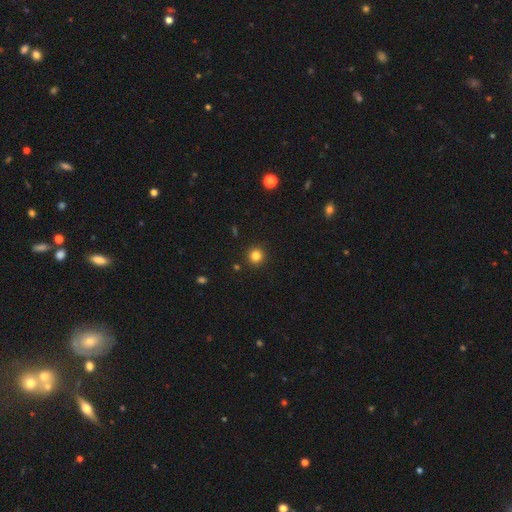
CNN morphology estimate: smooth_or_featured: smooth (p=0.83) [alt: star or artifact p=0.12]
how_rounded: round (p=0.94) [alt: in between p=0.05]
merging: none (p=0.92) [alt: minor disturbance p=0.05]